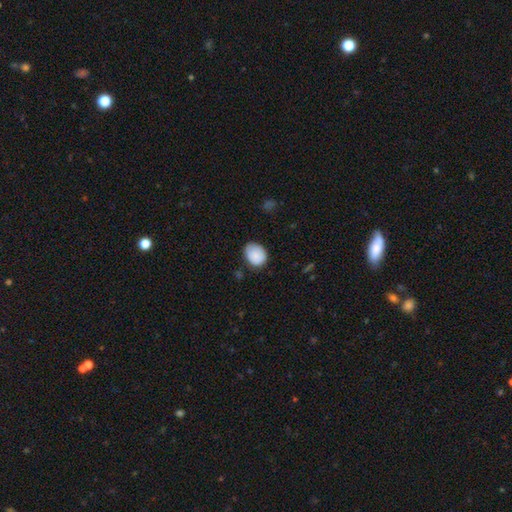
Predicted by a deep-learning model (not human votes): Morphology: type=smooth (86%); roundness=in between (55%); merging=none (64%).